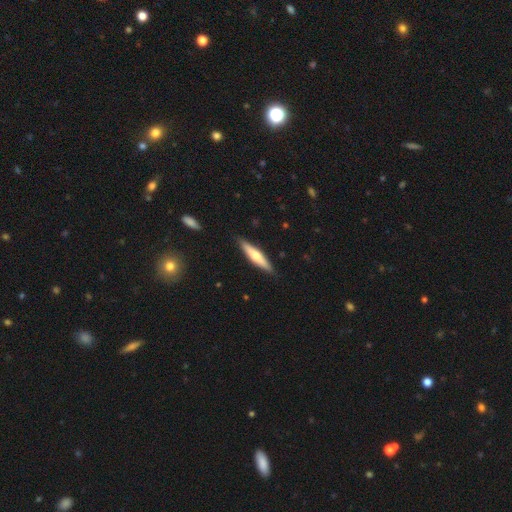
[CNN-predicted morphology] This appears to be a smooth galaxy with no disk features (52%) that is cigar-shaped (81%). Merging: none (89%).